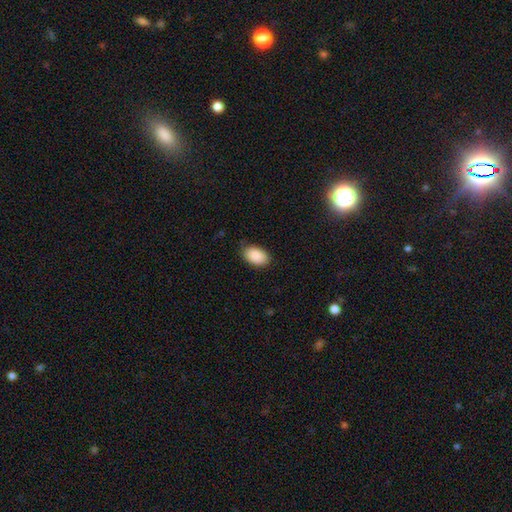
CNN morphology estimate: smooth_or_featured: smooth (p=0.90) [alt: star or artifact p=0.06]
how_rounded: in between (p=0.92) [alt: round p=0.07]
merging: none (p=0.82) [alt: minor disturbance p=0.15]